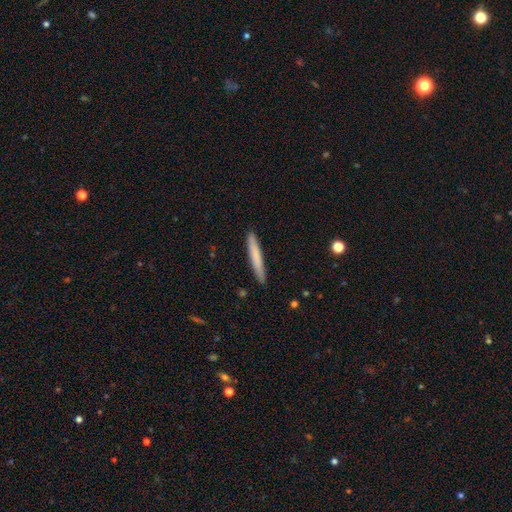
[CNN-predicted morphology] This is likely a smooth galaxy (73%). How rounded: clearly cigar-shaped (95%). Merging: clearly none (90%).